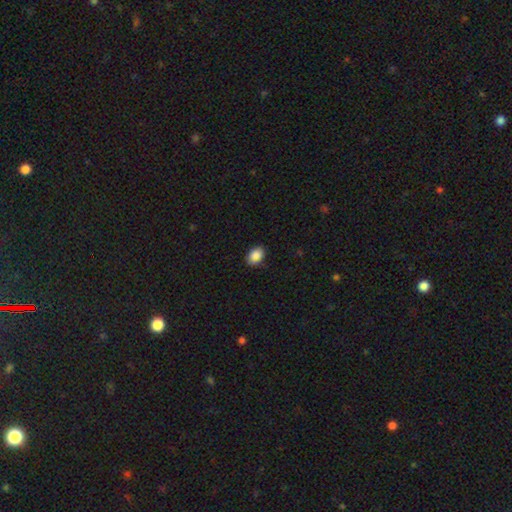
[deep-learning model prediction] smooth 86%, star or artifact 8%, featured or disk 6%. Down the decision tree: how rounded — in between (80%); merging — none (84%).